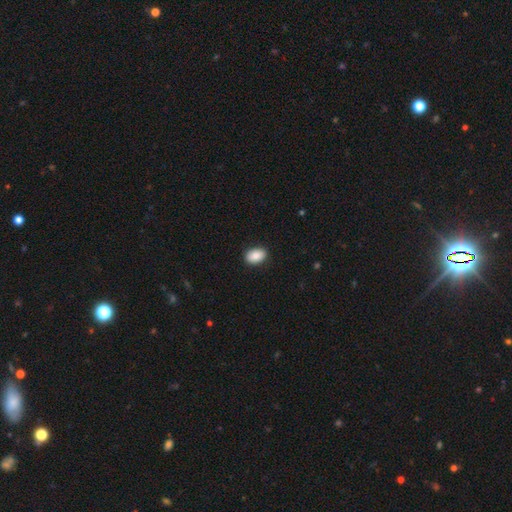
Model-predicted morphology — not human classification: A smooth galaxy with no disk features (86%) that is in between round and cigar-shaped (87%). Merging: none (89%).